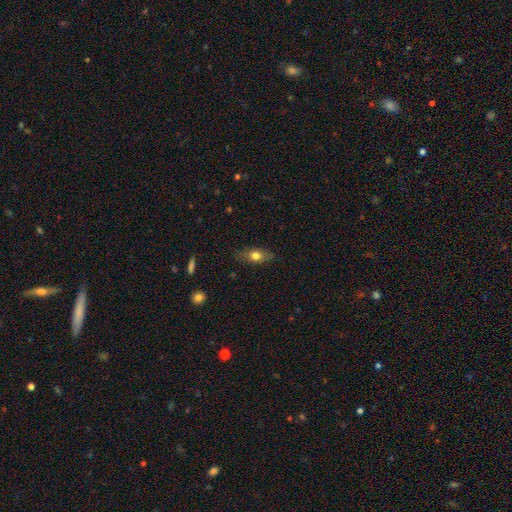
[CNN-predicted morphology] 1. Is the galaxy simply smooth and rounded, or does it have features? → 69% smooth, 23% featured or disk, 9% star or artifact.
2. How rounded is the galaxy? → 72% in between, 17% cigar-shaped, 11% round.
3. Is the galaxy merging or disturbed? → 79% none, 16% minor disturbance, 3% major disturbance, 1% merger.